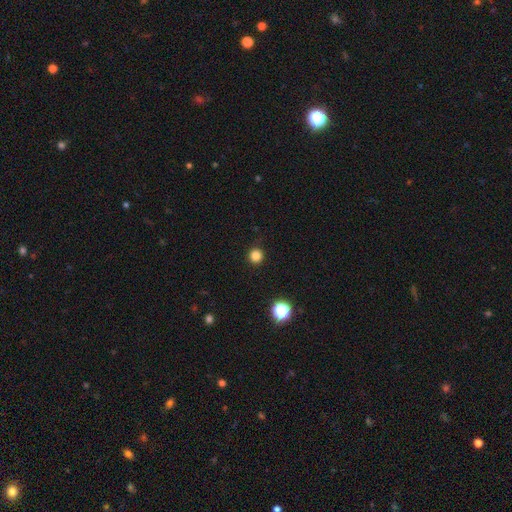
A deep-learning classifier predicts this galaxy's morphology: Smooth or featured?
  - smooth: 82% *
  - star or artifact: 14%
  - featured or disk: 4%
How rounded?
  - round: 95% *
  - in between: 4%
  - cigar-shaped: 1%
Merging?
  - none: 91% *
  - minor disturbance: 6%
  - major disturbance: 2%
  - merger: 1%